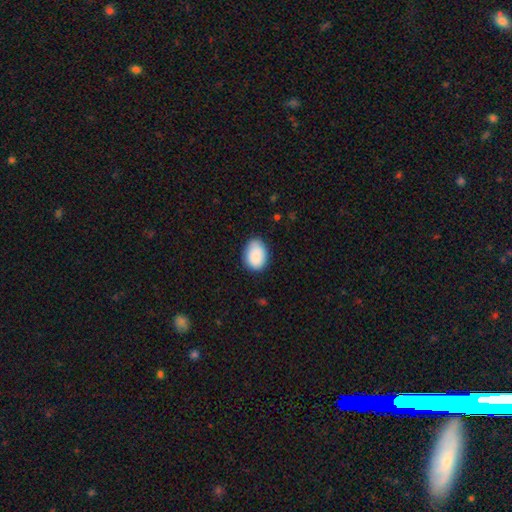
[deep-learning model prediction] Smooth or featured?
  - smooth: 90% *
  - star or artifact: 6%
  - featured or disk: 4%
How rounded?
  - in between: 78% *
  - round: 21%
  - cigar-shaped: 1%
Merging?
  - none: 80% *
  - minor disturbance: 16%
  - major disturbance: 3%
  - merger: 1%